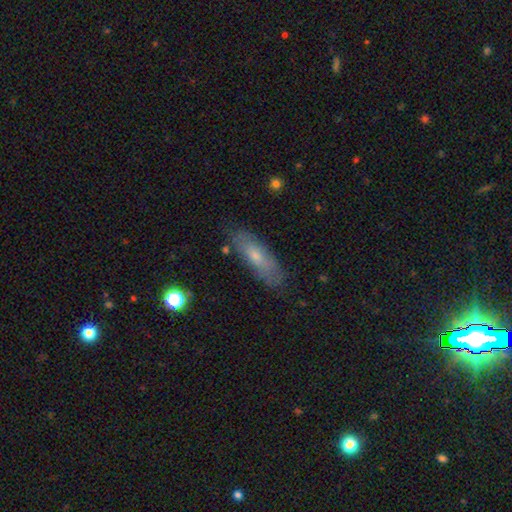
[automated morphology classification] The model was most divided on "how rounded": cigar-shaped: 52%, in between: 45%, round: 3%. More confident: merging — none (81%); smooth or featured — smooth (54%).